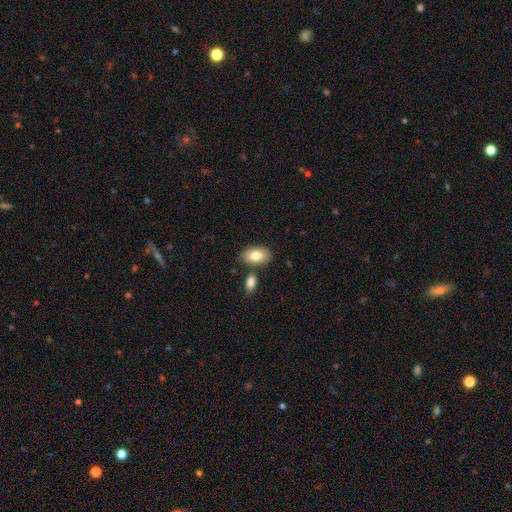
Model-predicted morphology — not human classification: The model was most divided on "merging": none: 74%, merger: 12%, minor disturbance: 11%, major disturbance: 3%. More confident: how rounded — in between (93%); smooth or featured — smooth (81%).